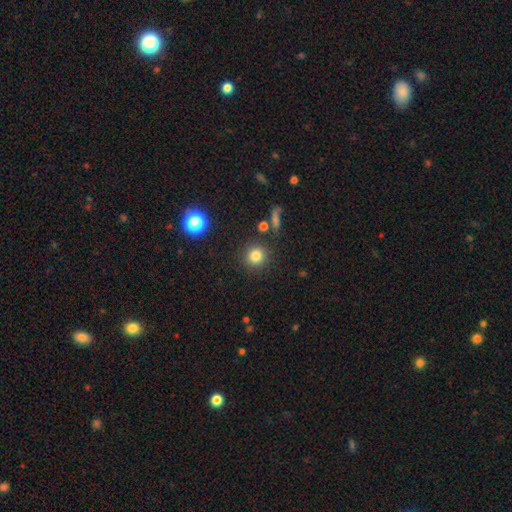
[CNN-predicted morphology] A smooth galaxy with no disk features (80%) that is round (91%). Merging: none (86%).